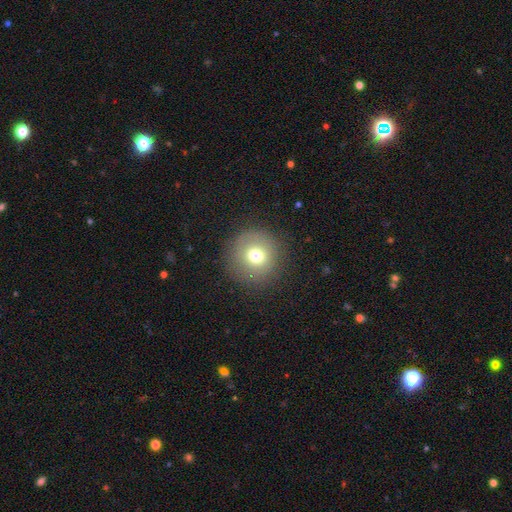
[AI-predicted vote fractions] The model was most divided on "smooth or featured": smooth: 72%, featured or disk: 16%, star or artifact: 12%. More confident: how rounded — round (95%); merging — none (87%).